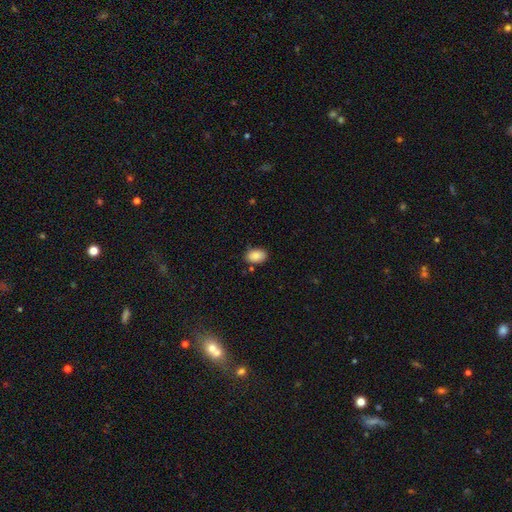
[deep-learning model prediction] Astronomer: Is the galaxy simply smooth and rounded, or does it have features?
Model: smooth — 86%.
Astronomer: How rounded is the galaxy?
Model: in between — 85%.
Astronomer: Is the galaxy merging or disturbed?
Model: none — 81%.